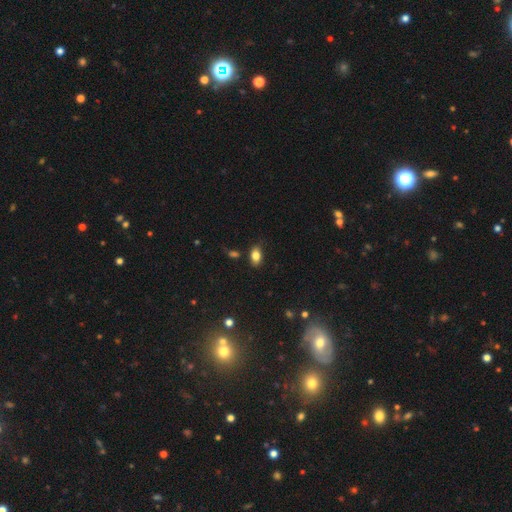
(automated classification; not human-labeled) smooth_or_featured: smooth (p=0.82) [alt: star or artifact p=0.10]
how_rounded: in between (p=0.86) [alt: round p=0.12]
merging: none (p=0.76) [alt: minor disturbance p=0.17]